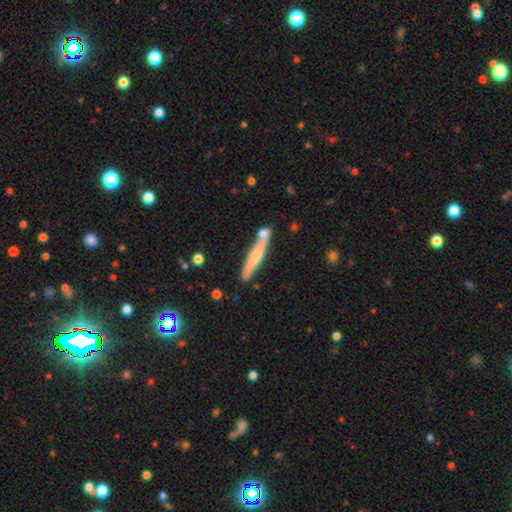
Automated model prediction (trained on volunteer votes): This is possibly a smooth galaxy (55%). How rounded: clearly cigar-shaped (93%). Merging: likely none (73%).